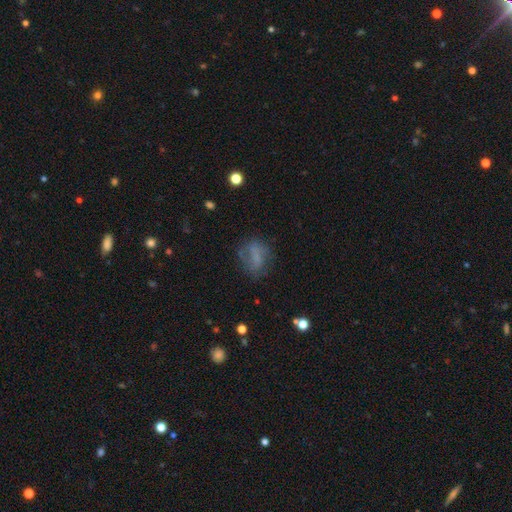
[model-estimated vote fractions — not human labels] Smooth or featured?
  - smooth: 57% *
  - featured or disk: 29%
  - star or artifact: 14%
How rounded?
  - in between: 64% *
  - round: 30%
  - cigar-shaped: 6%
Merging?
  - none: 59% *
  - minor disturbance: 22%
  - major disturbance: 16%
  - merger: 3%